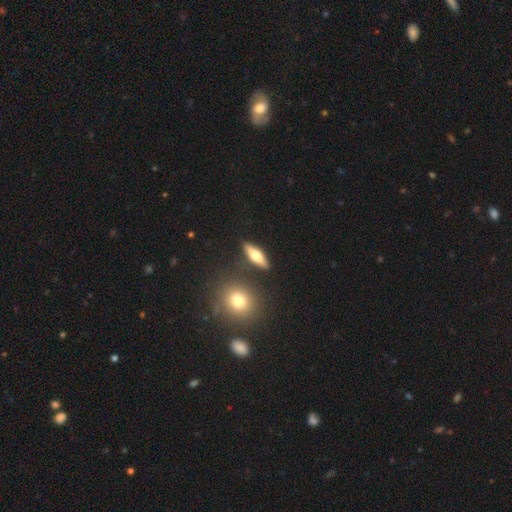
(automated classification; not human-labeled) Smooth or featured? featured or disk (49%)
Merging? none (86%)